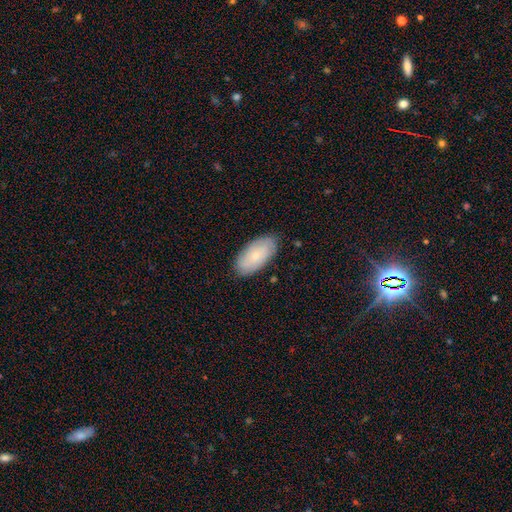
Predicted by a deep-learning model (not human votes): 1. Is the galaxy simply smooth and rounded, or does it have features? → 64% smooth, 30% featured or disk, 7% star or artifact.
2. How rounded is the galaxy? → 94% in between, 4% cigar-shaped, 3% round.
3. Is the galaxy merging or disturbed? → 83% none, 13% minor disturbance, 2% major disturbance, 1% merger.